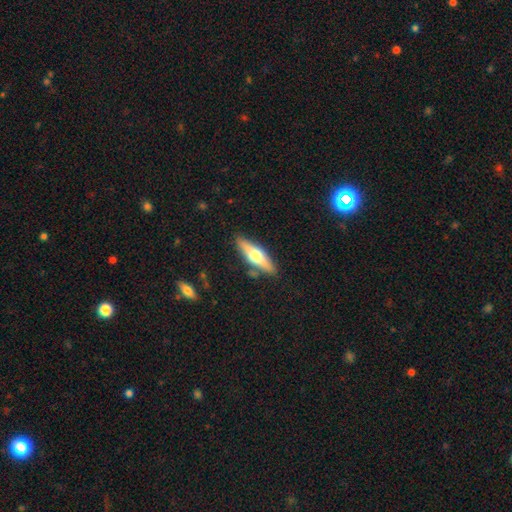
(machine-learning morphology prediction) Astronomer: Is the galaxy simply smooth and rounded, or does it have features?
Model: featured or disk — 51% (runner-up: smooth, 43%).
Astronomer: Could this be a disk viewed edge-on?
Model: yes — 90%.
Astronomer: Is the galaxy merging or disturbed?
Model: none — 83%.